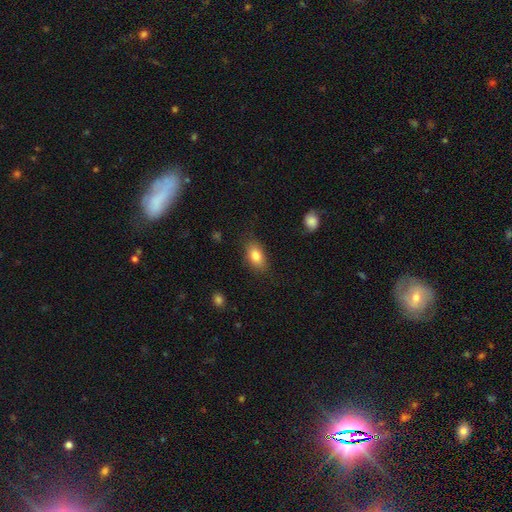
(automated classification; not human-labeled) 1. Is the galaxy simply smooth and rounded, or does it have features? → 82% smooth, 10% featured or disk, 8% star or artifact.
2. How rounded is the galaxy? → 88% in between, 9% round, 3% cigar-shaped.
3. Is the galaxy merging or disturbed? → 81% none, 14% minor disturbance, 4% major disturbance, 1% merger.